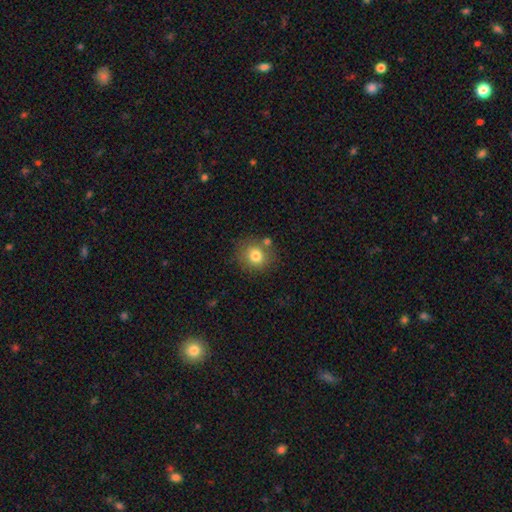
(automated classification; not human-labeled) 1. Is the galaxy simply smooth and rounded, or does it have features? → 78% smooth, 11% star or artifact, 11% featured or disk.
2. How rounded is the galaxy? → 82% round, 17% in between, 1% cigar-shaped.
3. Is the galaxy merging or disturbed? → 73% none, 12% minor disturbance, 11% merger, 4% major disturbance.